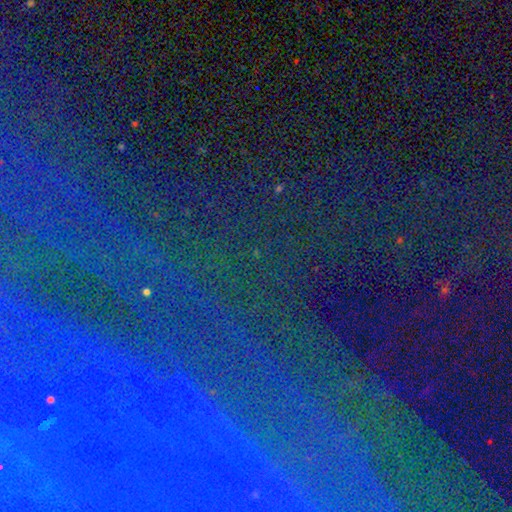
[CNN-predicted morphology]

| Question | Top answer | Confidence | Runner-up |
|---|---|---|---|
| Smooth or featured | star or artifact | 70% | featured or disk (17%) |